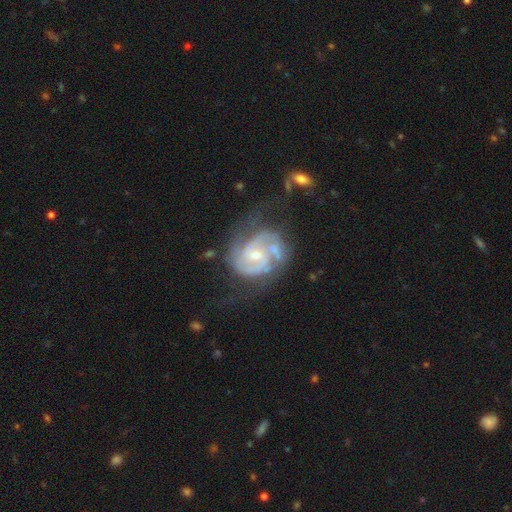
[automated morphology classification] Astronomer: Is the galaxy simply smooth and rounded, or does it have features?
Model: featured or disk — 88%.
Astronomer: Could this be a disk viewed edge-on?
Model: no — 98%.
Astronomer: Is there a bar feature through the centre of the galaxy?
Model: no — 52% (runner-up: weak, 40%).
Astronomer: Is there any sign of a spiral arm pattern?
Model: yes — 96%.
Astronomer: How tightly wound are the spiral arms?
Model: tight — 50% (runner-up: medium, 41%).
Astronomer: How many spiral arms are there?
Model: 2 — 54%.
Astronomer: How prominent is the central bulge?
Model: small — 49% (runner-up: moderate, 45%).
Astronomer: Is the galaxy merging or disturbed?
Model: none — 50%.